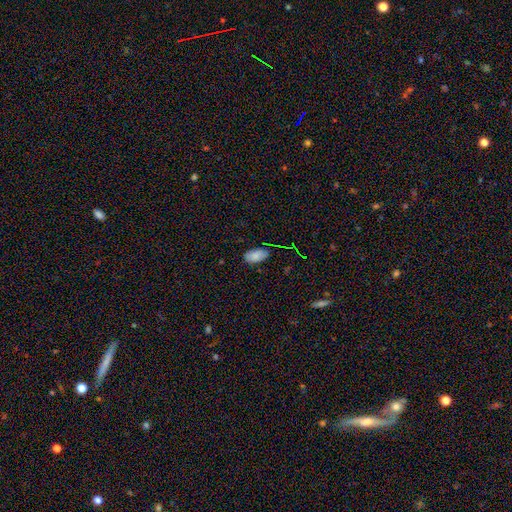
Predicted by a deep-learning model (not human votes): A smooth galaxy with no disk features (81%) that is in between round and cigar-shaped (94%).

Vote fractions:
- Smooth or featured? smooth: 81% / star or artifact: 10% / featured or disk: 9%
- How rounded? in between: 94% / round: 3% / cigar-shaped: 3%
- Merging? none: 71% / minor disturbance: 23% / major disturbance: 4% / merger: 2%